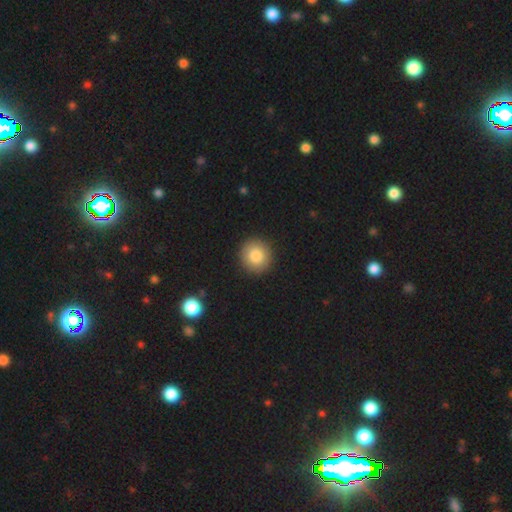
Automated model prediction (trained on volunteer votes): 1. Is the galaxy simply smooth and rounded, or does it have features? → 84% smooth, 9% star or artifact, 7% featured or disk.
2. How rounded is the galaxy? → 93% round, 6% in between, 1% cigar-shaped.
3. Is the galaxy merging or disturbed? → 92% none, 5% minor disturbance, 2% major disturbance, 1% merger.